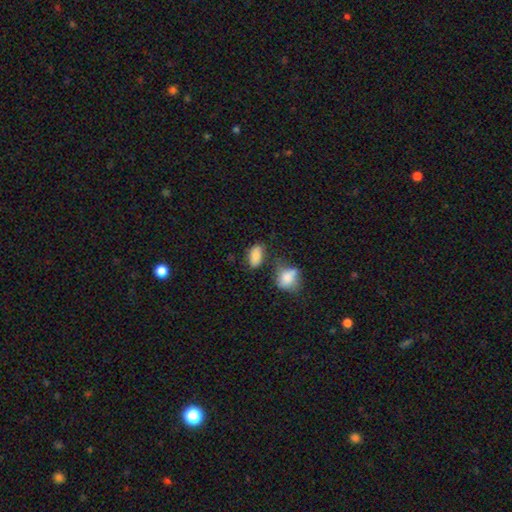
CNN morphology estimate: smooth 84%, star or artifact 9%, featured or disk 7%. Down the decision tree: how rounded — in between (90%); merging — none (65%).